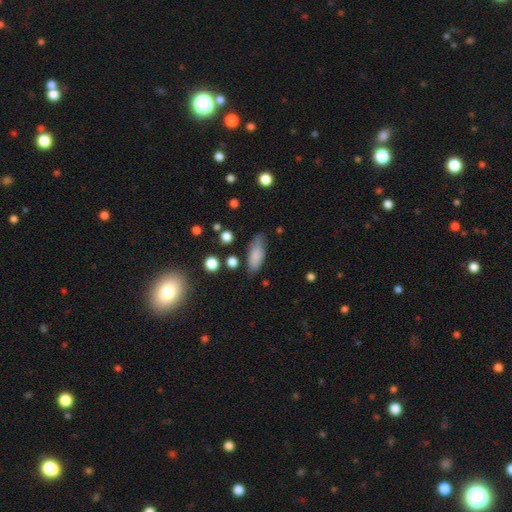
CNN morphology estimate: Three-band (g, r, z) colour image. It shows a smooth galaxy with no disk features (83%) that is in between round and cigar-shaped (79%). Merging: none (70%).